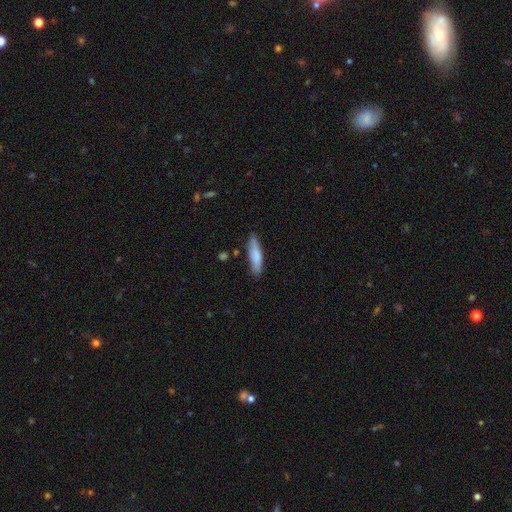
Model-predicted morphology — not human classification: Smooth or featured? Predicted: smooth (p=0.80). How rounded? Predicted: cigar-shaped (p=0.71). Merging? Predicted: none (p=0.80).